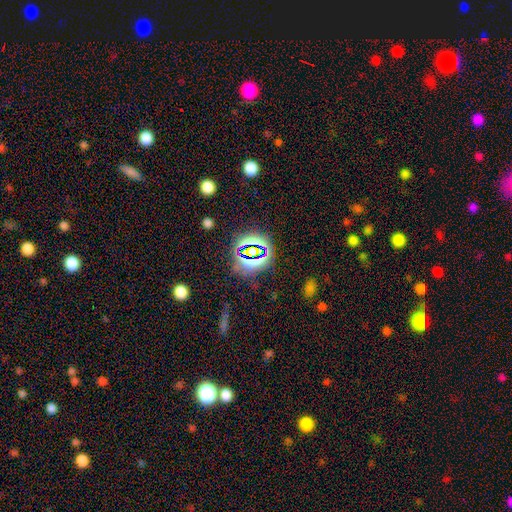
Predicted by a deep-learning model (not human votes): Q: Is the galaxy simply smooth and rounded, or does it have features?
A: star or artifact — 71%.